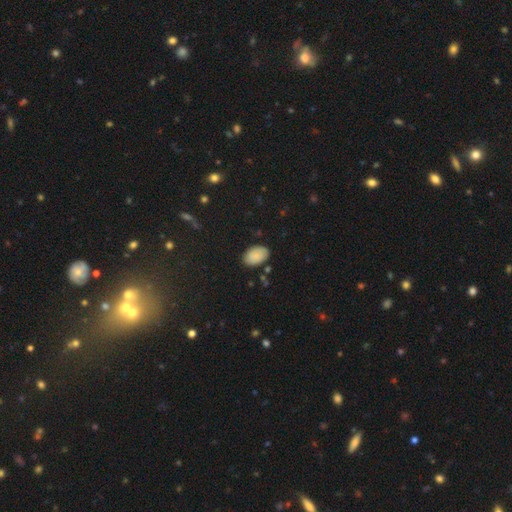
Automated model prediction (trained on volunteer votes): Morphology: type=smooth (88%); roundness=in between (92%); merging=none (85%).